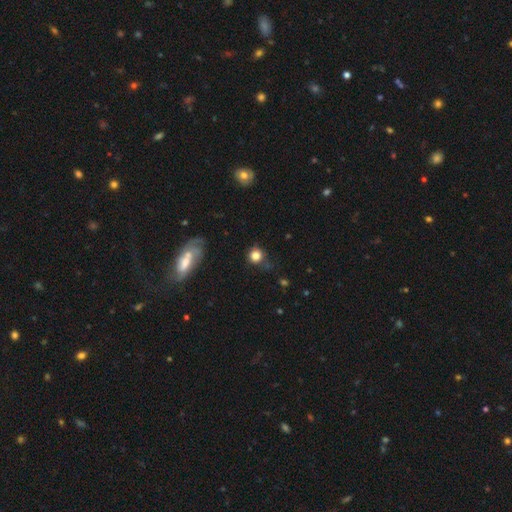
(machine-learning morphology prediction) smooth-or-featured: smooth: 81% | star or artifact: 11% | featured or disk: 8%
  how-rounded: round: 89% | in between: 10% | cigar-shaped: 1%
  merging: none: 68% | minor disturbance: 19% | major disturbance: 8% | merger: 5%